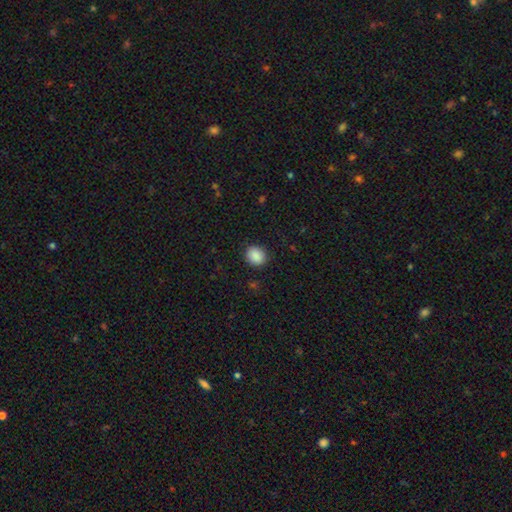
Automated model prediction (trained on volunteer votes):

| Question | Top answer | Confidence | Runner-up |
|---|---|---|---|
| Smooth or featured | smooth | 89% | star or artifact (8%) |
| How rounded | round | 64% | in between (35%) |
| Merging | none | 88% | minor disturbance (8%) |